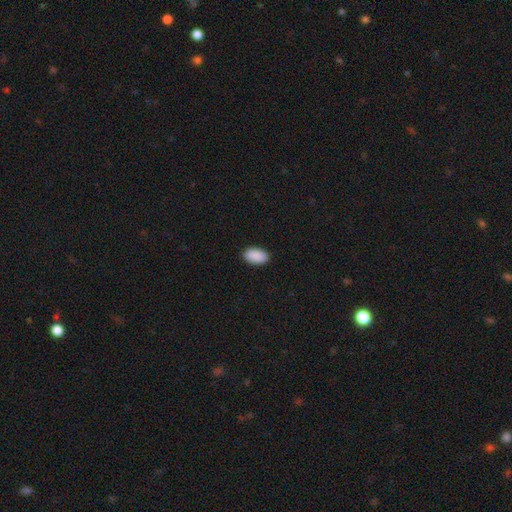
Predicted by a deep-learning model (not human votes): smooth_or_featured: smooth (p=0.91) [alt: star or artifact p=0.06]
how_rounded: in between (p=0.94) [alt: round p=0.04]
merging: none (p=0.90) [alt: minor disturbance p=0.07]